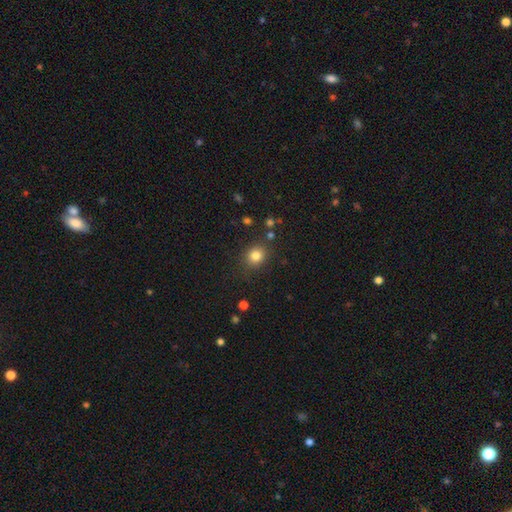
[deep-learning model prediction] Smooth or featured?
  - smooth: 82% *
  - star or artifact: 12%
  - featured or disk: 6%
How rounded?
  - round: 76% *
  - in between: 23%
  - cigar-shaped: 1%
Merging?
  - none: 84% *
  - minor disturbance: 10%
  - major disturbance: 3%
  - merger: 3%